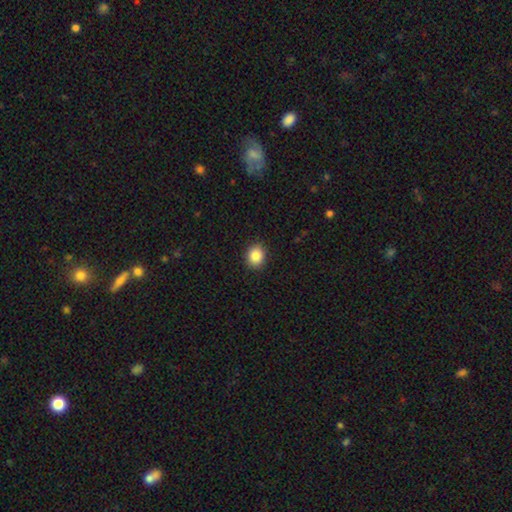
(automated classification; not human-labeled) A smooth galaxy with no disk features (86%) that is round (68%).

Vote fractions:
- Smooth or featured? smooth: 86% / star or artifact: 9% / featured or disk: 5%
- How rounded? round: 68% / in between: 31% / cigar-shaped: 1%
- Merging? none: 90% / minor disturbance: 7% / major disturbance: 2% / merger: 1%